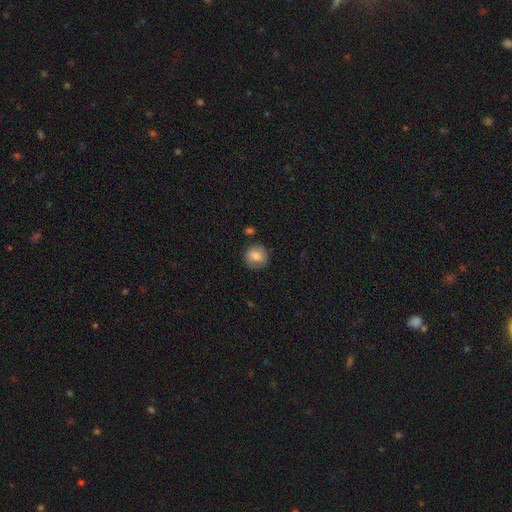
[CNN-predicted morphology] This is likely a smooth galaxy (76%). How rounded: clearly round (84%). Merging: clearly none (80%).